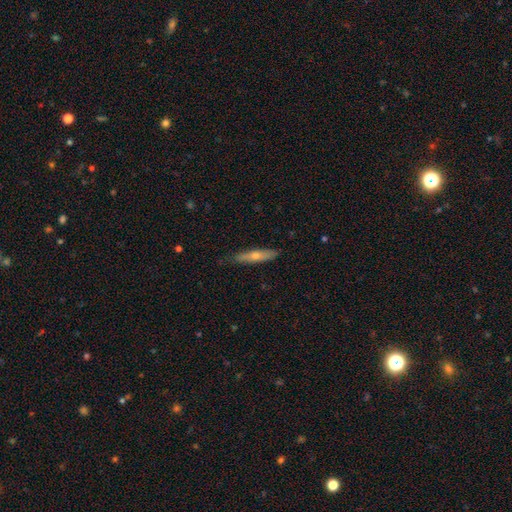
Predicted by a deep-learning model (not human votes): Smooth or featured: featured or disk — 48% (smooth — 45%)
Merging: none — 82% (minor disturbance — 14%)